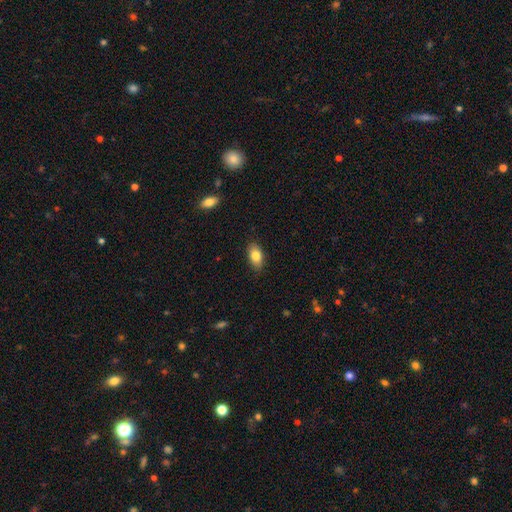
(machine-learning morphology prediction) The model was most divided on "smooth or featured": smooth: 81%, featured or disk: 12%, star or artifact: 7%. More confident: how rounded — in between (90%); merging — none (86%).